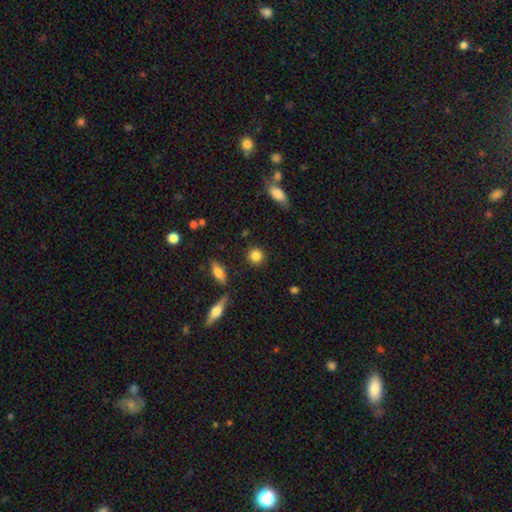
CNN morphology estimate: A smooth galaxy with no disk features (84%) that is round (90%). Merging: none (87%).